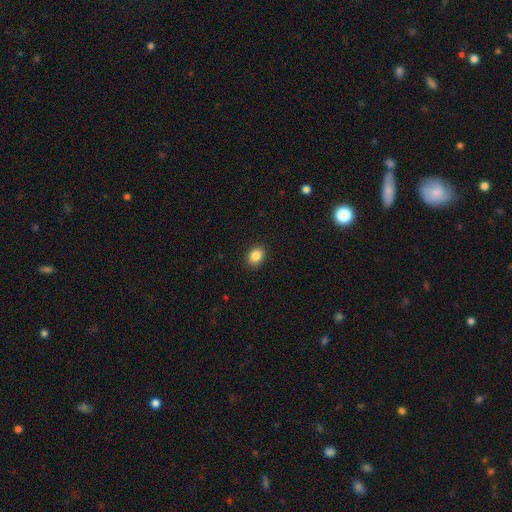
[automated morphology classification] Q: Smooth or featured?
A: smooth (86%); runner-up: star or artifact (9%)
Q: How rounded?
A: in between (57%); runner-up: round (42%)
Q: Merging?
A: none (90%); runner-up: minor disturbance (7%)